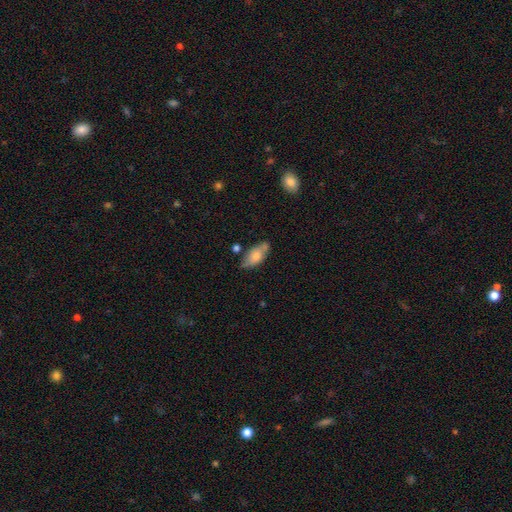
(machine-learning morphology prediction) Q: Smooth or featured?
A: smooth (70%); runner-up: featured or disk (23%)
Q: How rounded?
A: in between (86%); runner-up: cigar-shaped (12%)
Q: Merging?
A: none (63%); runner-up: minor disturbance (22%)